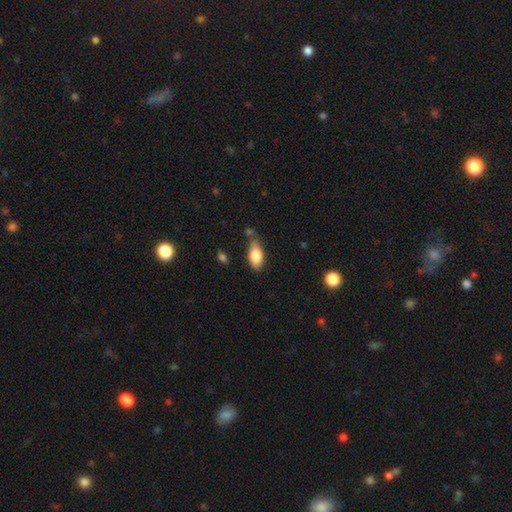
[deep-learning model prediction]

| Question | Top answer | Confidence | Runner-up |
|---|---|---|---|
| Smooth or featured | smooth | 81% | featured or disk (12%) |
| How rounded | in between | 89% | cigar-shaped (8%) |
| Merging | none | 59% | minor disturbance (27%) |